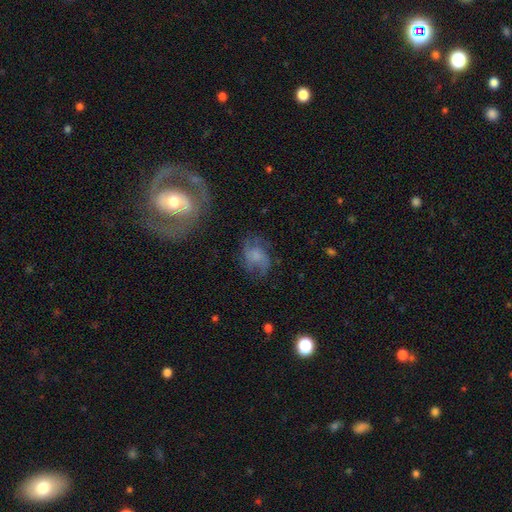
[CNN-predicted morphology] Smooth or featured? Predicted: featured or disk (p=0.54). Edge-on disk? Predicted: no (p=0.97). Bar? Predicted: no (p=0.71). Spiral arms? Predicted: yes (p=0.81). Bulge size? Predicted: none (p=0.39). Merging? Predicted: none (p=0.56).